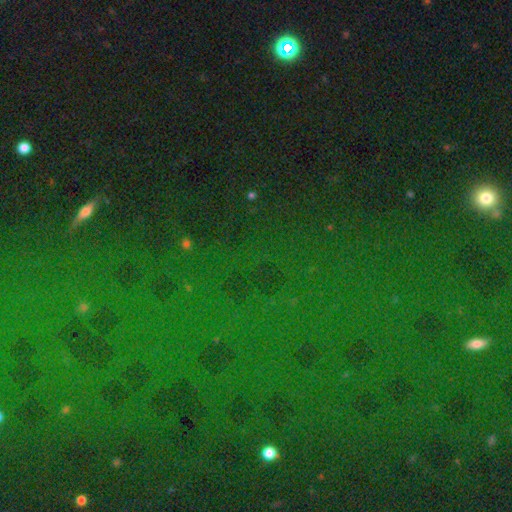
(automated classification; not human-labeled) smooth_or_featured: star or artifact (p=0.81) [alt: smooth p=0.12]